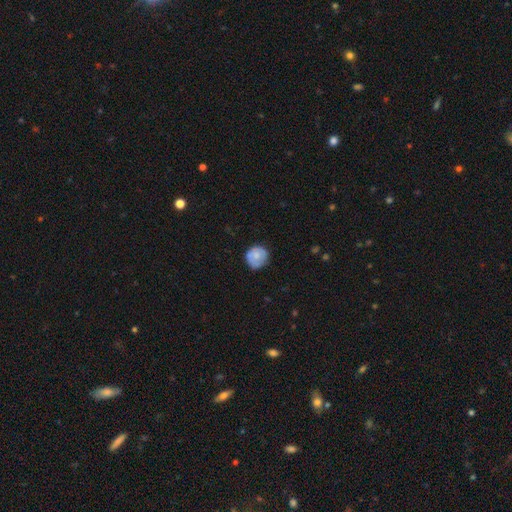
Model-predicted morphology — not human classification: Q: Smooth or featured?
A: smooth (69%); runner-up: featured or disk (23%)
Q: How rounded?
A: round (86%); runner-up: in between (13%)
Q: Merging?
A: none (71%); runner-up: minor disturbance (23%)